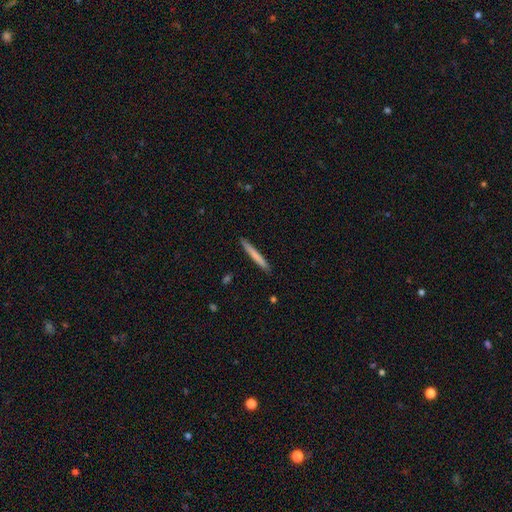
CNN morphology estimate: Smooth or featured? smooth (72%)
How rounded? cigar-shaped (97%)
Merging? none (91%)